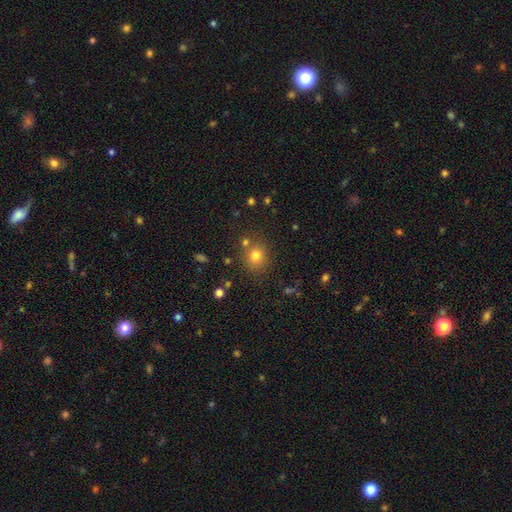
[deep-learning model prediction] smooth 77%, star or artifact 15%, featured or disk 8%. Down the decision tree: how rounded — round (83%); merging — none (76%).